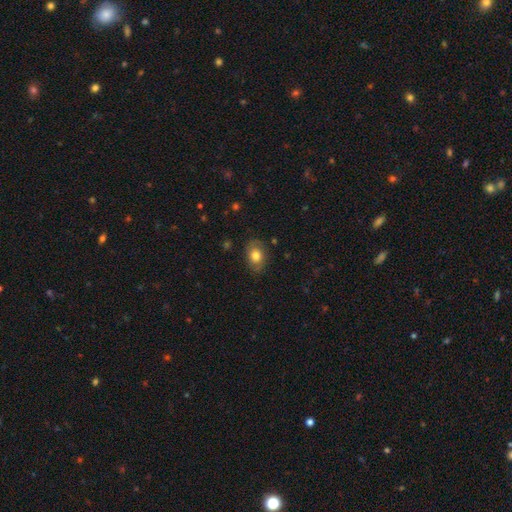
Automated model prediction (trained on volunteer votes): This is likely a smooth galaxy (72%). How rounded: likely in between (75%). Merging: clearly none (81%).